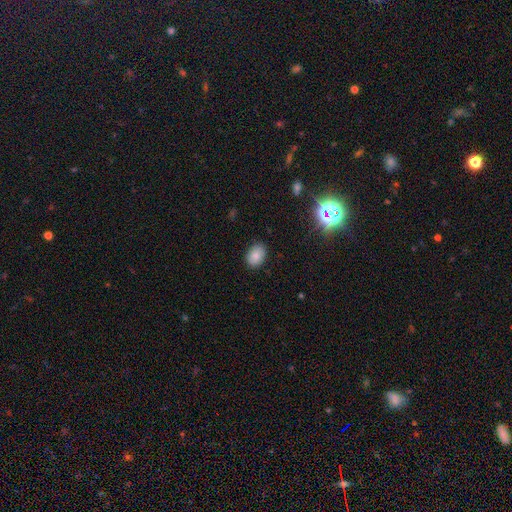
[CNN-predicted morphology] Smooth or featured?
  - smooth: 79% *
  - featured or disk: 11%
  - star or artifact: 10%
How rounded?
  - in between: 76% *
  - round: 23%
  - cigar-shaped: 1%
Merging?
  - none: 84% *
  - minor disturbance: 12%
  - major disturbance: 2%
  - merger: 1%